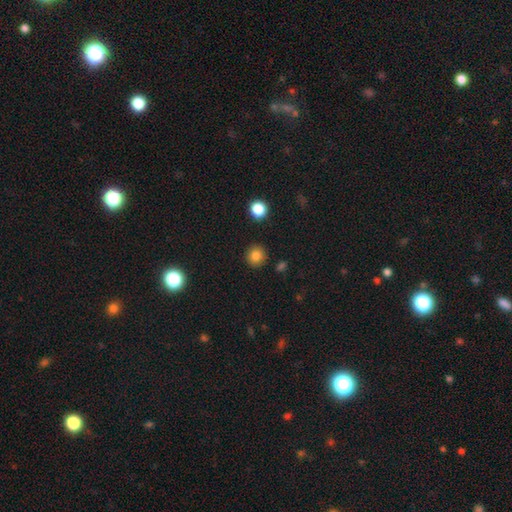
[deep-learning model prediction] Q: Smooth or featured?
A: smooth (83%); runner-up: star or artifact (12%)
Q: How rounded?
A: round (92%); runner-up: in between (7%)
Q: Merging?
A: none (90%); runner-up: minor disturbance (6%)